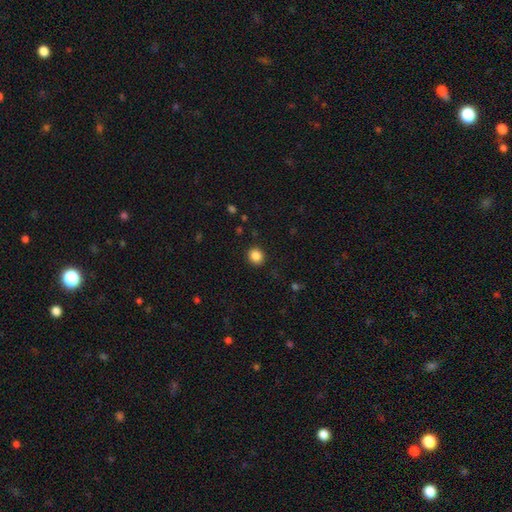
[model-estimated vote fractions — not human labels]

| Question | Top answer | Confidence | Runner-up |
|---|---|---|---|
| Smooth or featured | smooth | 86% | star or artifact (11%) |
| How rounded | round | 85% | in between (14%) |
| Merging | none | 91% | minor disturbance (6%) |